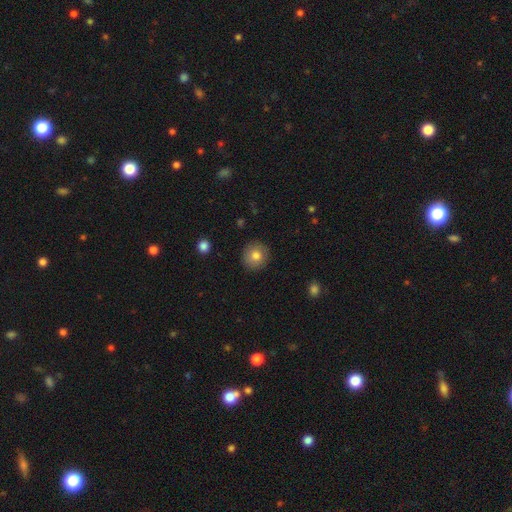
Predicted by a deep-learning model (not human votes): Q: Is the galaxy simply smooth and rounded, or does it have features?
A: smooth — 80%.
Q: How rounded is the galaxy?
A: round — 92%.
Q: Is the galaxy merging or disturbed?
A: none — 90%.